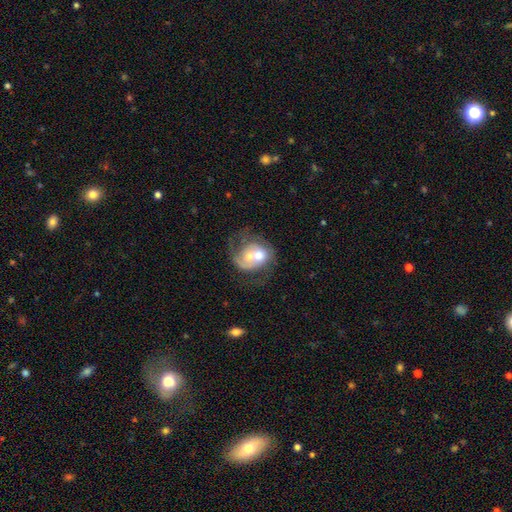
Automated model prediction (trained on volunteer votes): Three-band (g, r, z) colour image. It shows a featured or disk galaxy (60%) with no bar (78%), spiral arms (65%) and a moderate central bulge (60%). Merging: merger (64%).